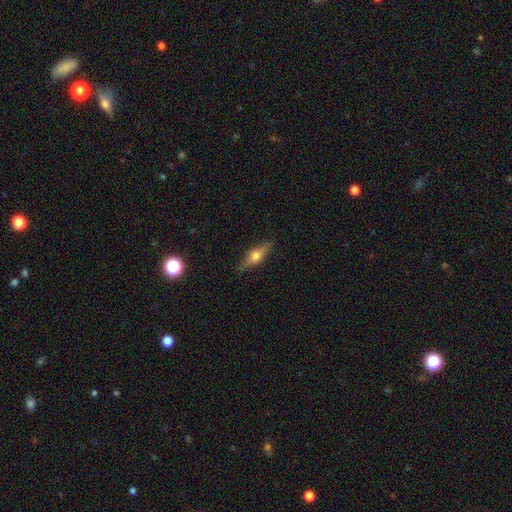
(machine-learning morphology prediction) Q: Smooth or featured?
A: featured or disk (65%); runner-up: smooth (28%)
Q: Edge-on disk?
A: yes (95%); runner-up: no (5%)
Q: Edge-on bulge?
A: rounded (95%); runner-up: boxy (3%)
Q: Merging?
A: none (88%); runner-up: minor disturbance (9%)